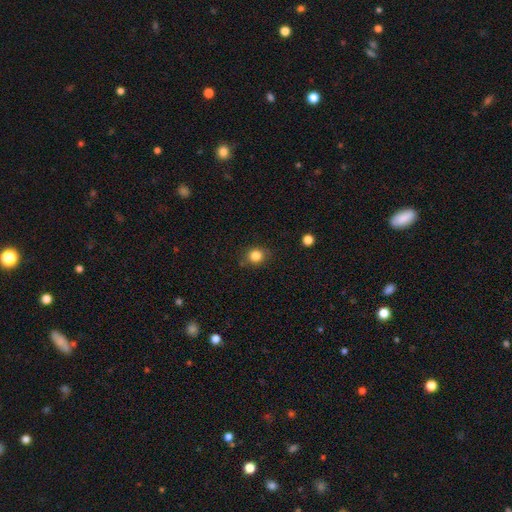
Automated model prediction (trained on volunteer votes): Smooth or featured? smooth (84%)
How rounded? round (81%)
Merging? none (82%)